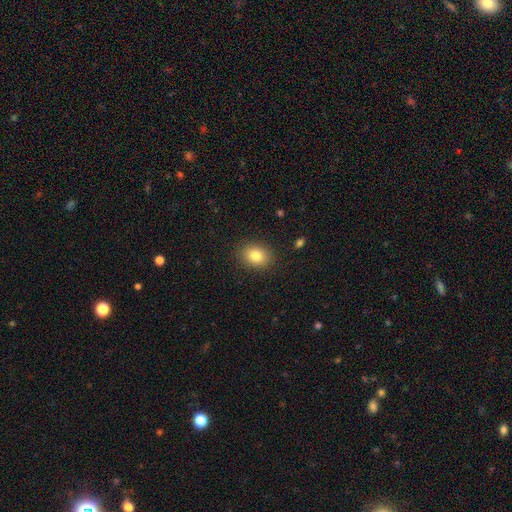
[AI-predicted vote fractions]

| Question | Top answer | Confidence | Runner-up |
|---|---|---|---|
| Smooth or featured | smooth | 82% | star or artifact (10%) |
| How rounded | in between | 59% | round (40%) |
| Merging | none | 88% | minor disturbance (8%) |